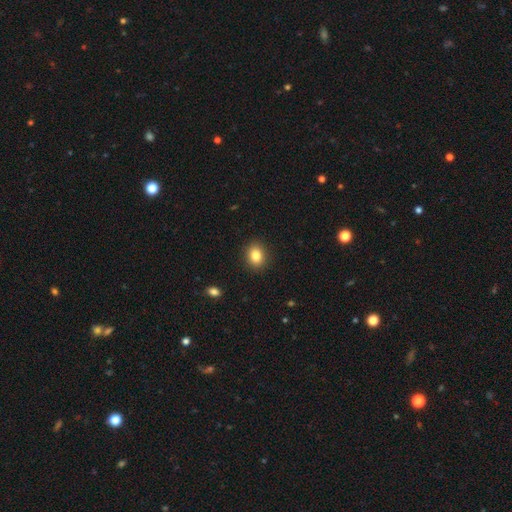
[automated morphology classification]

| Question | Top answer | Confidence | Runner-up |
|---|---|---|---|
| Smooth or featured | smooth | 84% | star or artifact (10%) |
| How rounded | round | 52% | in between (47%) |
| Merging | none | 90% | minor disturbance (7%) |